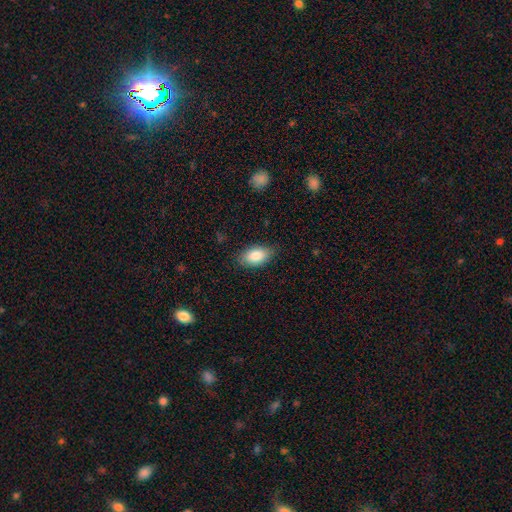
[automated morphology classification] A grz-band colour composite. It shows a smooth galaxy with no disk features (85%) that is in between round and cigar-shaped (92%). Merging: none (84%).